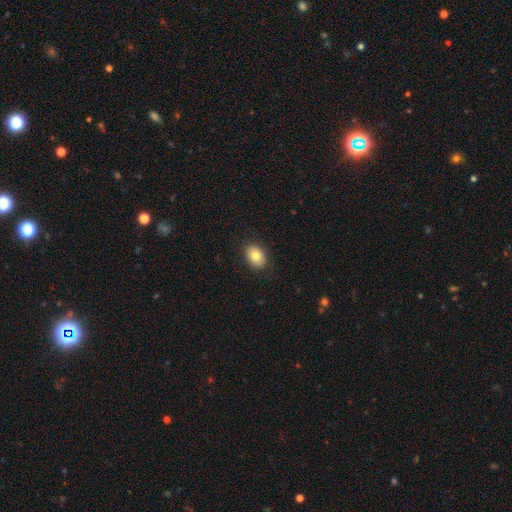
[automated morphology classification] The model was most divided on "how rounded": in between: 71%, round: 28%, cigar-shaped: 1%. More confident: merging — none (88%); smooth or featured — smooth (82%).